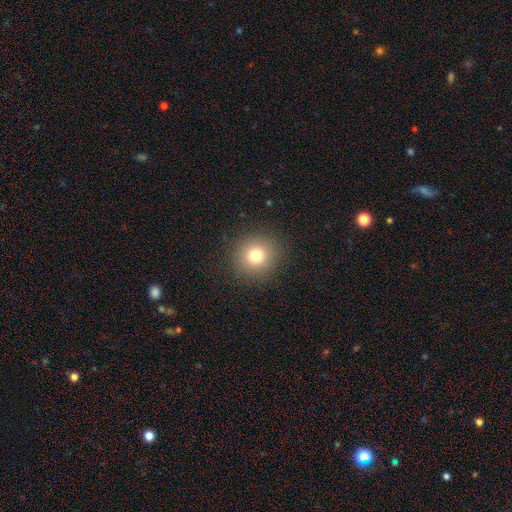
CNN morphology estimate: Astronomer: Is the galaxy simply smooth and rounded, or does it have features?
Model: smooth — 77%.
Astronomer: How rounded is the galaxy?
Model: round — 91%.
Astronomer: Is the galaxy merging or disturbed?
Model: none — 89%.